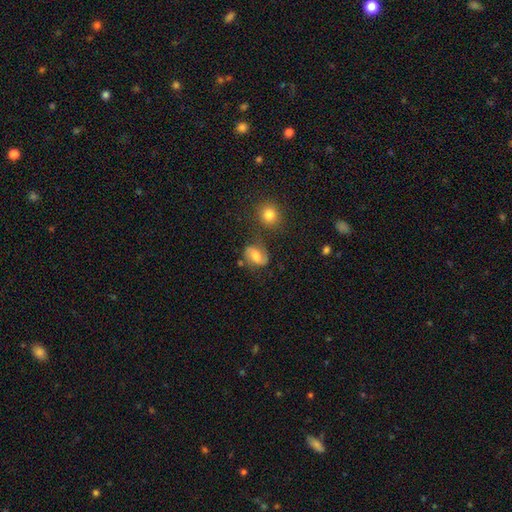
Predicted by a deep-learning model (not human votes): A featured or disk galaxy (58%) with a weak bar (46%), spiral arms (89%) and a moderate central bulge (63%). Merging: none (70%).